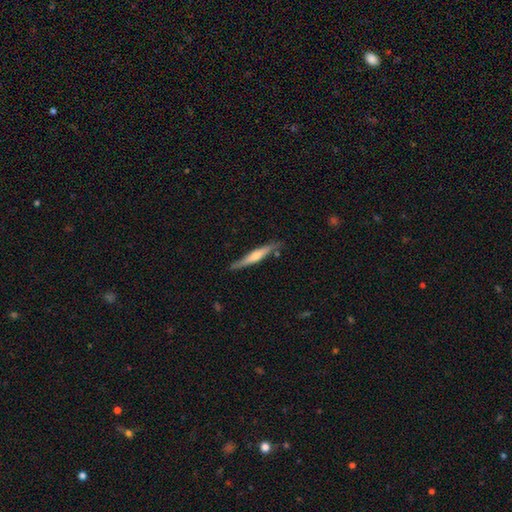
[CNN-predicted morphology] smooth_or_featured: featured or disk (p=0.49) [alt: smooth p=0.46]
merging: none (p=0.79) [alt: minor disturbance p=0.15]